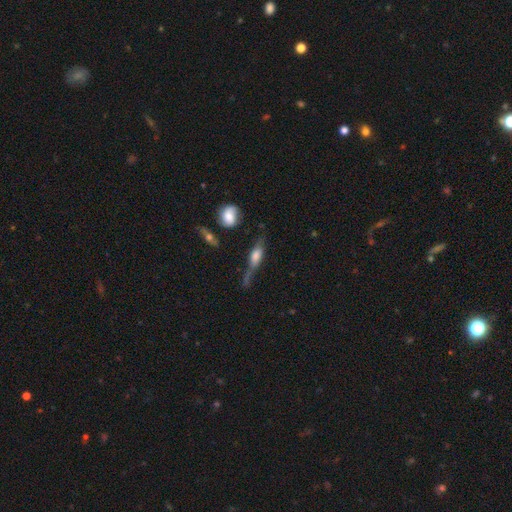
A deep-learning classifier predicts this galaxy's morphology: A smooth galaxy with no disk features (48%).

Vote fractions:
- Smooth or featured? smooth: 48% / featured or disk: 43% / star or artifact: 9%
- Merging? none: 40% / minor disturbance: 28% / major disturbance: 24% / merger: 8%